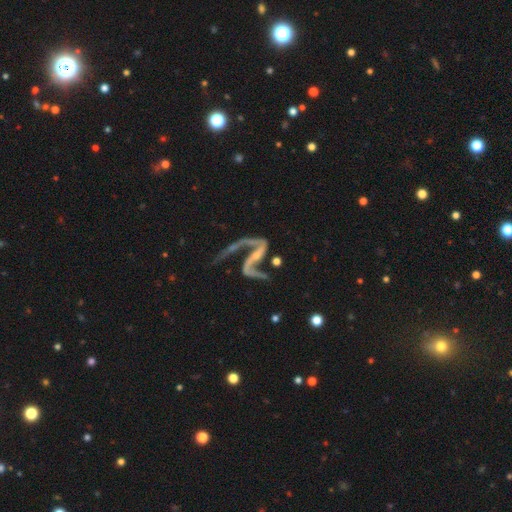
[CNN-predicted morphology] This is clearly a featured or disk galaxy (91%). It is clearly not viewed edge-on (95%). Bar: marginally strong (43%). Spiral arm pattern: clearly yes (95%). Spiral arm count: clearly 2 (88%). Spiral winding: likely loose (70%). Central bulge: likely small (68%). Merging: possibly none (46%).